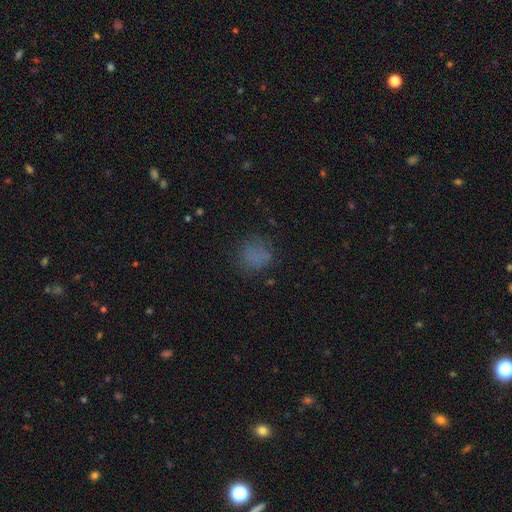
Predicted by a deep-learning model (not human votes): Smooth or featured: smooth — 72% (star or artifact — 18%)
How rounded: round — 80% (in between — 19%)
Merging: none — 73% (minor disturbance — 16%)